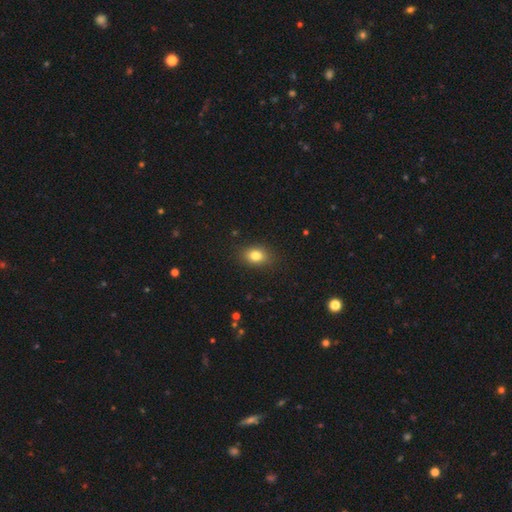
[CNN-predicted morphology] Smooth or featured: smooth — 81% (star or artifact — 11%)
How rounded: in between — 68% (round — 30%)
Merging: none — 86% (minor disturbance — 11%)